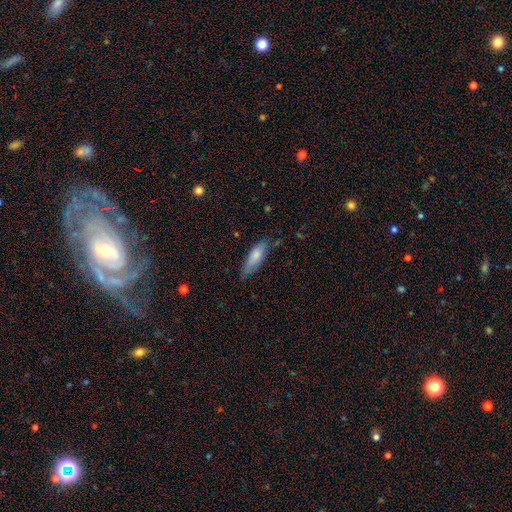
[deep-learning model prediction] This is clearly a smooth galaxy (81%). How rounded: possibly in between (54%). Merging: likely none (69%).